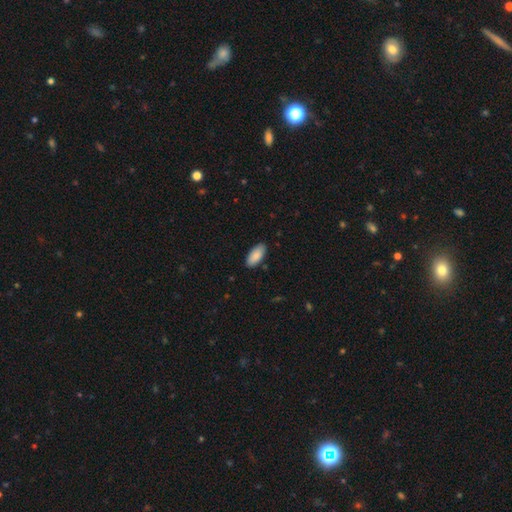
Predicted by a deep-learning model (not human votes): smooth 89%, star or artifact 6%, featured or disk 5%. Down the decision tree: how rounded — in between (90%); merging — none (88%).